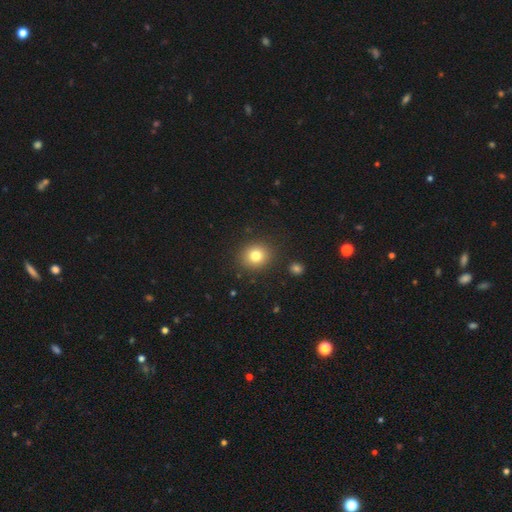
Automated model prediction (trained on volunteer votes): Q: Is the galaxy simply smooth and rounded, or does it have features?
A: smooth — 79%.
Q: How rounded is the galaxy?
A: round — 82%.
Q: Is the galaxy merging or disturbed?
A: none — 88%.